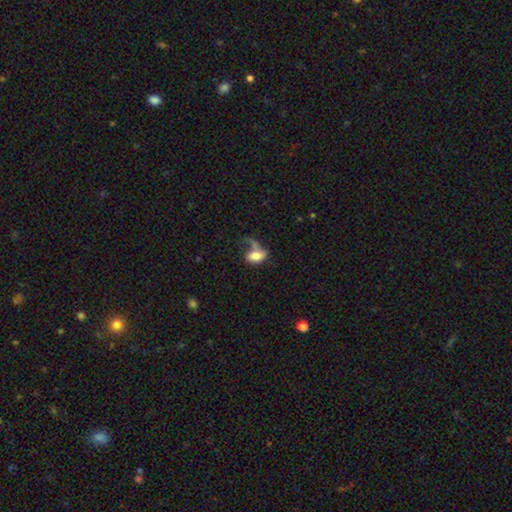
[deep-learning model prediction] A smooth galaxy with no disk features (67%) that is in between round and cigar-shaped (86%). Merging: major disturbance (41%).